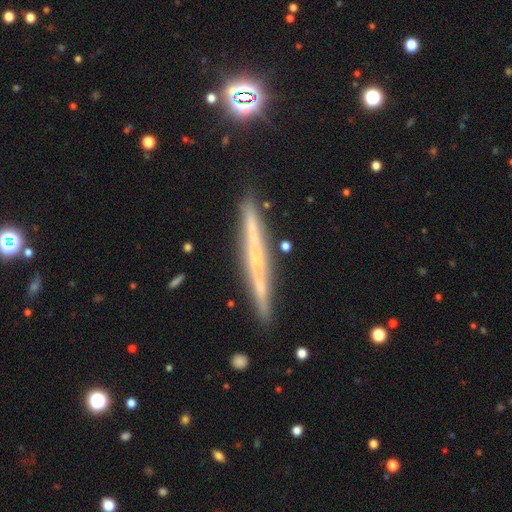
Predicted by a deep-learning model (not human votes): Smooth or featured? featured or disk (63%)
Edge-on disk? yes (96%)
Edge-on bulge? none (67%)
Merging? none (89%)